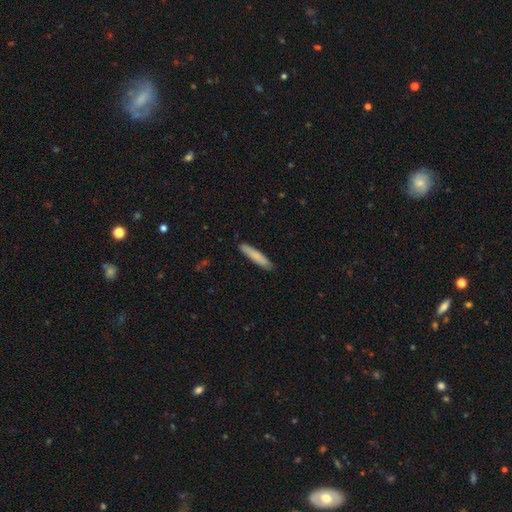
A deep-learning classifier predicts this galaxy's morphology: Smooth or featured? smooth (82%)
How rounded? cigar-shaped (90%)
Merging? none (88%)